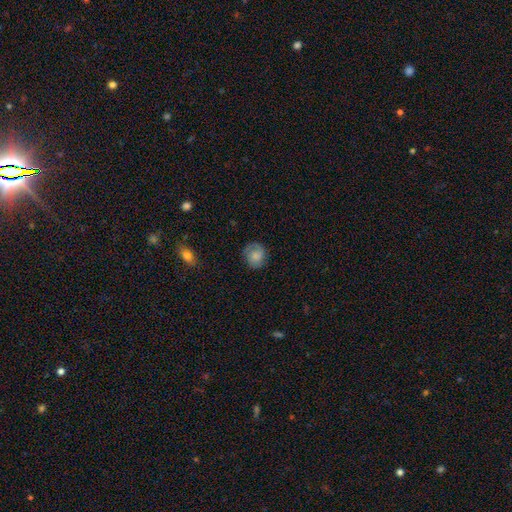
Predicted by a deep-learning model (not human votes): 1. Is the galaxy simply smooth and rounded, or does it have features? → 65% smooth, 27% featured or disk, 8% star or artifact.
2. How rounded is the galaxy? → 79% round, 20% in between, 1% cigar-shaped.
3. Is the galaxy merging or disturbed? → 74% none, 19% minor disturbance, 6% major disturbance, 1% merger.